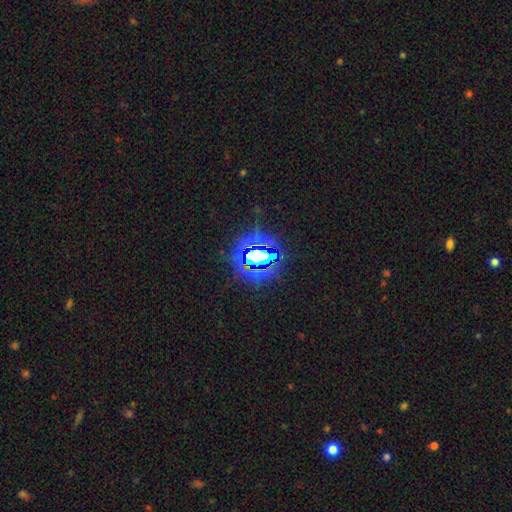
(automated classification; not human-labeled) A star or artifact, not a galaxy (77%).